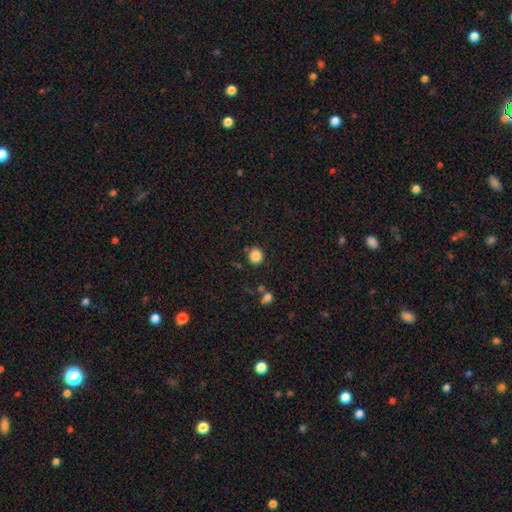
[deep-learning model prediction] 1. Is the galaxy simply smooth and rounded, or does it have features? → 85% smooth, 11% star or artifact, 4% featured or disk.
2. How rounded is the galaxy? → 83% round, 16% in between, 1% cigar-shaped.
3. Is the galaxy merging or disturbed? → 84% none, 9% minor disturbance, 4% merger, 3% major disturbance.